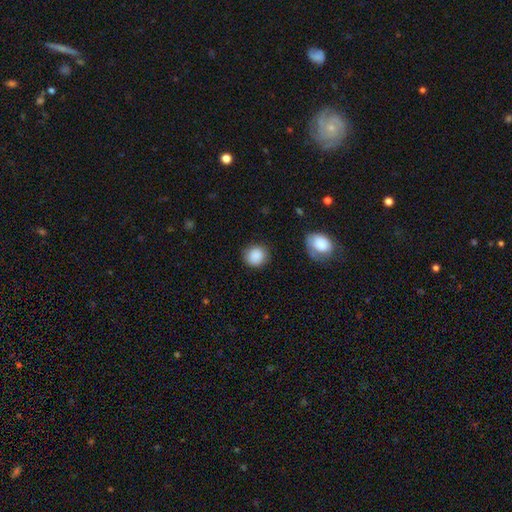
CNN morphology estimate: This is clearly a smooth galaxy (87%). How rounded: clearly round (86%). Merging: clearly none (84%).